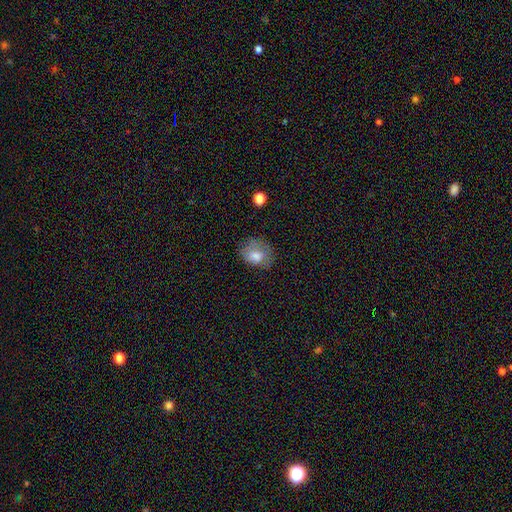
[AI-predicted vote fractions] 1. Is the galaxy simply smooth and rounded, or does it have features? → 73% smooth, 18% featured or disk, 10% star or artifact.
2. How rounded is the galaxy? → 50% in between, 49% round, 1% cigar-shaped.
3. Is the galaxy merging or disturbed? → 56% none, 27% minor disturbance, 14% major disturbance, 2% merger.